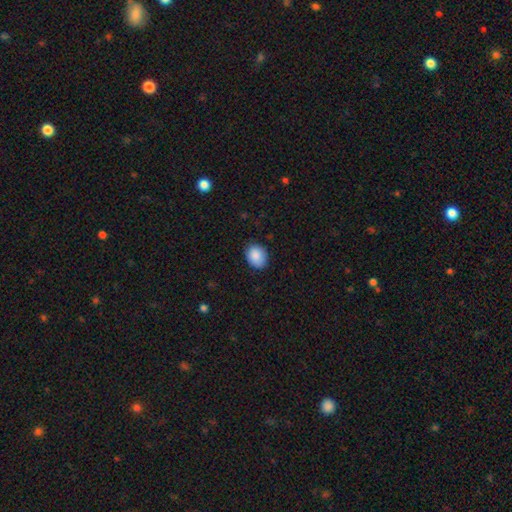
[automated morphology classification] A smooth galaxy with no disk features (89%) that is in between round and cigar-shaped (57%). Merging: none (84%).